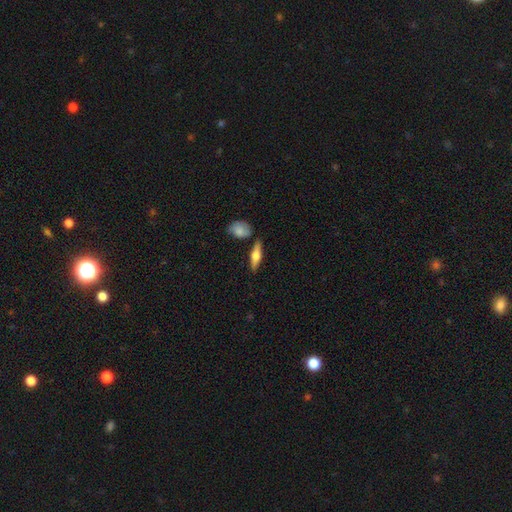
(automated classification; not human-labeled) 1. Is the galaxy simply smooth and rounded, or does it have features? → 49% featured or disk, 45% smooth, 6% star or artifact.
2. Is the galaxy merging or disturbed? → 80% none, 11% minor disturbance, 6% merger, 3% major disturbance.